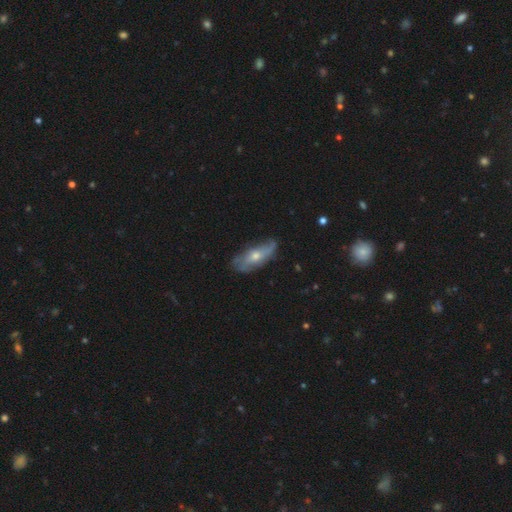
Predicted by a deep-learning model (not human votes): Overall: featured or disk (59%; smooth 33%). Edge-on disk: no (75%). Merging: none (64%; minor disturbance 26%).